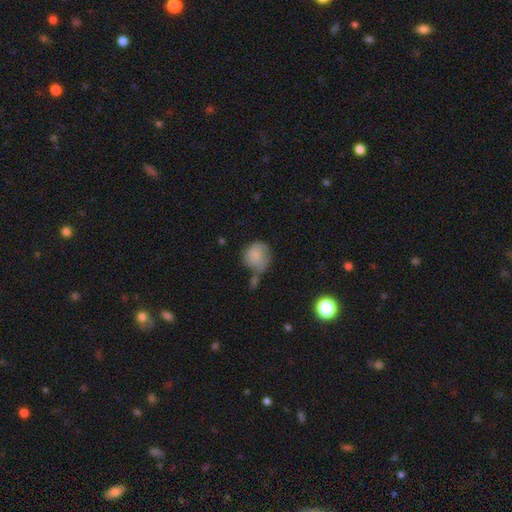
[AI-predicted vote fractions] A smooth galaxy with no disk features (77%) that is round (78%).

Vote fractions:
- Smooth or featured? smooth: 77% / featured or disk: 15% / star or artifact: 8%
- How rounded? round: 78% / in between: 21% / cigar-shaped: 1%
- Merging? none: 38% / minor disturbance: 25% / merger: 22% / major disturbance: 15%